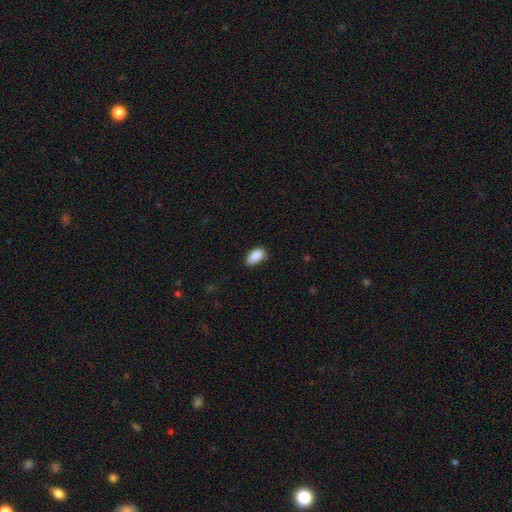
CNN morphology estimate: A smooth galaxy with no disk features (88%) that is in between round and cigar-shaped (93%).

Vote fractions:
- Smooth or featured? smooth: 88% / star or artifact: 7% / featured or disk: 5%
- How rounded? in between: 93% / round: 4% / cigar-shaped: 4%
- Merging? none: 67% / minor disturbance: 27% / major disturbance: 4% / merger: 1%